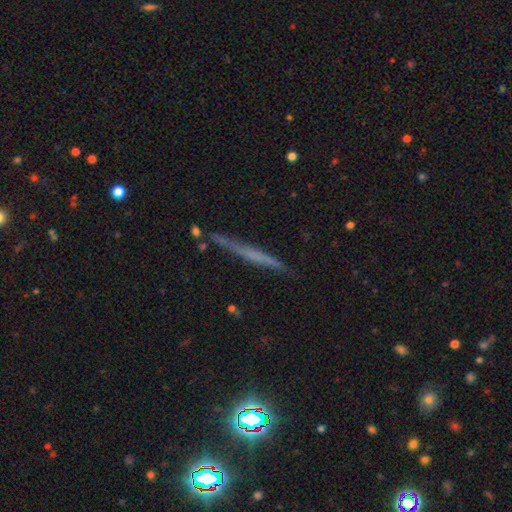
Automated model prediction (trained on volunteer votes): Smooth or featured?
  - featured or disk: 48% *
  - smooth: 41%
  - star or artifact: 11%
Merging?
  - none: 84% *
  - minor disturbance: 11%
  - merger: 2%
  - major disturbance: 2%